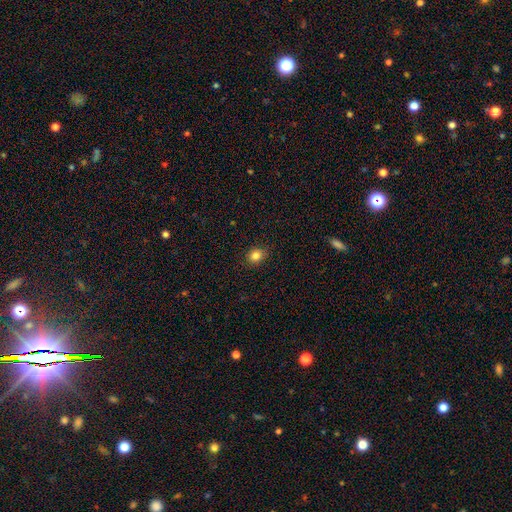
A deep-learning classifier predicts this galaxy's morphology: Q: Smooth or featured?
A: smooth (84%); runner-up: star or artifact (11%)
Q: How rounded?
A: round (62%); runner-up: in between (37%)
Q: Merging?
A: none (89%); runner-up: minor disturbance (8%)